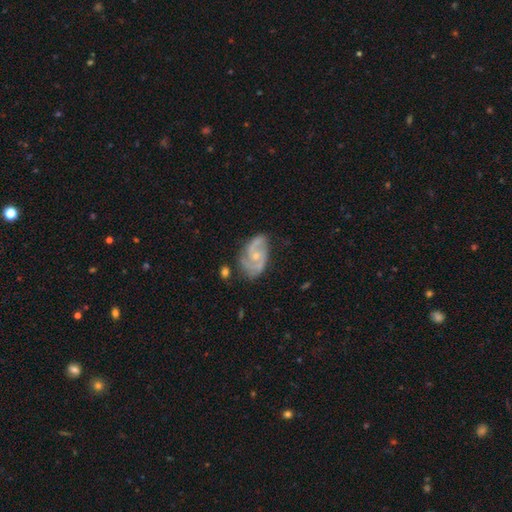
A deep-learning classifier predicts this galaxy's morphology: This is clearly a featured or disk galaxy (84%). It is clearly not viewed edge-on (97%). Bar: likely no (63%). Spiral arm pattern: clearly yes (95%). Spiral arm count: likely 2 (67%). Spiral winding: possibly medium (49%). Central bulge: likely small (60%). Merging: likely none (60%).